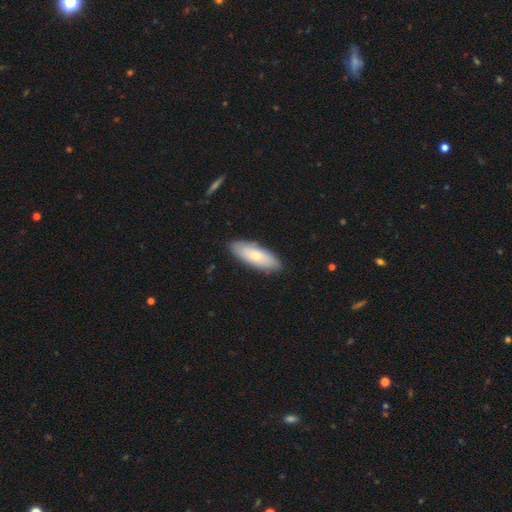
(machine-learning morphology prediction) A smooth galaxy with no disk features (65%) that is in between round and cigar-shaped (69%).

Vote fractions:
- Smooth or featured? smooth: 65% / featured or disk: 29% / star or artifact: 5%
- How rounded? in between: 69% / cigar-shaped: 29% / round: 2%
- Merging? none: 86% / minor disturbance: 10% / major disturbance: 2% / merger: 1%